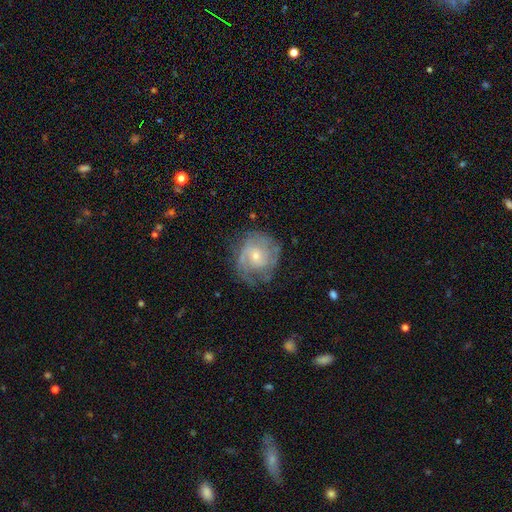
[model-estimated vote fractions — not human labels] Overall: featured or disk (74%). Edge-on disk: no (98%). Bar: no (67%; weak 29%). Spiral arms: yes (88%). Spiral arm count: 2 (35%; can't tell 34%). Spiral winding: tight (46%; medium 39%). Bulge size: small (58%; moderate 37%). Merging: none (64%).